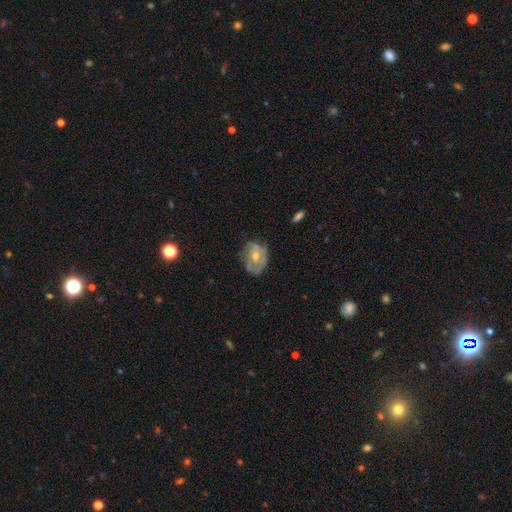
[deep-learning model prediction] Smooth or featured?
  - featured or disk: 70% *
  - smooth: 21%
  - star or artifact: 9%
Edge-on disk?
  - no: 96% *
  - yes: 4%
Bar?
  - no: 71% *
  - weak: 24%
  - strong: 5%
Spiral arms?
  - yes: 71% *
  - no: 29%
Bulge size?
  - moderate: 60% *
  - small: 36%
  - large: 2%
  - none: 2%
  - dominant: 1%
Merging?
  - none: 65% *
  - minor disturbance: 23%
  - major disturbance: 9%
  - merger: 2%